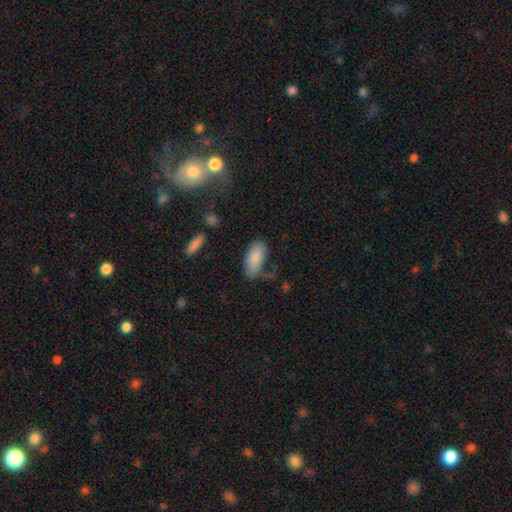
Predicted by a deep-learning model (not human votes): Smooth or featured?
  - smooth: 84% *
  - featured or disk: 9%
  - star or artifact: 7%
How rounded?
  - in between: 91% *
  - cigar-shaped: 7%
  - round: 2%
Merging?
  - none: 62% *
  - minor disturbance: 24%
  - major disturbance: 9%
  - merger: 5%